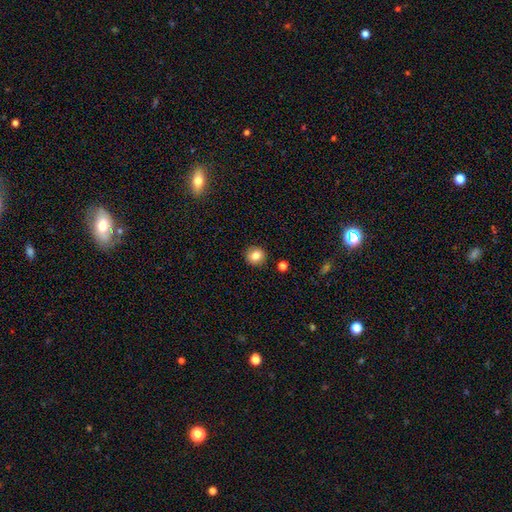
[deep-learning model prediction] Smooth or featured? Predicted: smooth (p=0.83). How rounded? Predicted: round (p=0.89). Merging? Predicted: none (p=0.91).